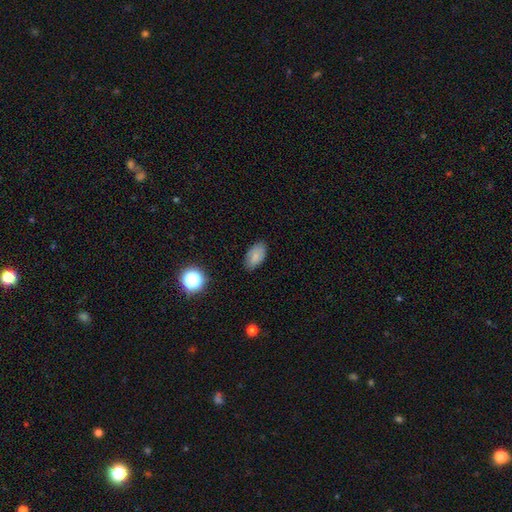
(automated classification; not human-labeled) This appears to be a smooth galaxy with no disk features (81%) that is in between round and cigar-shaped (93%). Merging: none (82%).